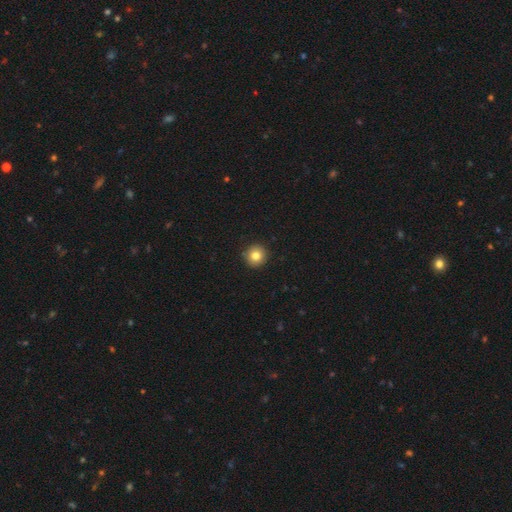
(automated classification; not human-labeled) Smooth or featured? smooth (81%)
How rounded? round (95%)
Merging? none (93%)